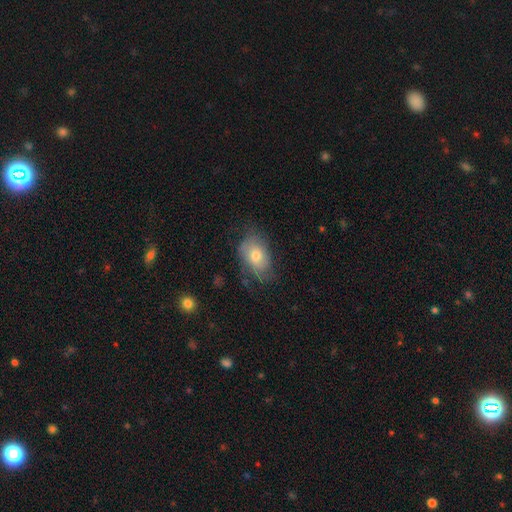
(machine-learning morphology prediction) type=smooth (57%); roundness=in between (85%); merging=none (56%).